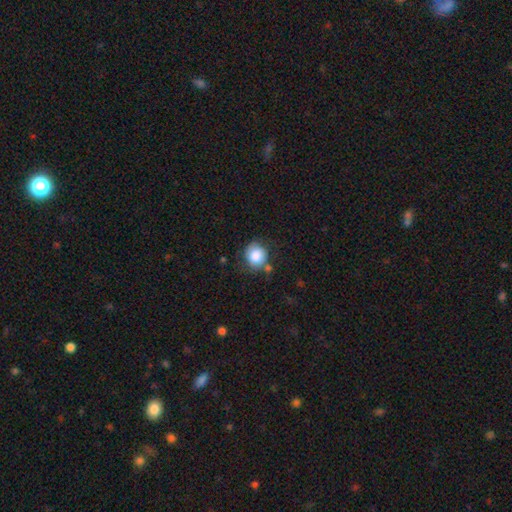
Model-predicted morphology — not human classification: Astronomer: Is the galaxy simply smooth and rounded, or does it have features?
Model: smooth — 83%.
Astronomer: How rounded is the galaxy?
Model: round — 85%.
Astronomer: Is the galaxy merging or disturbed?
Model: none — 66%.